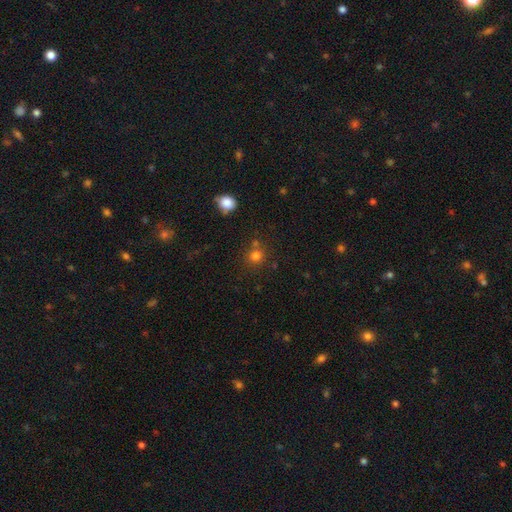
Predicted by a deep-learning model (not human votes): Morphology: type=smooth (77%); roundness=round (87%); merging=none (71%).